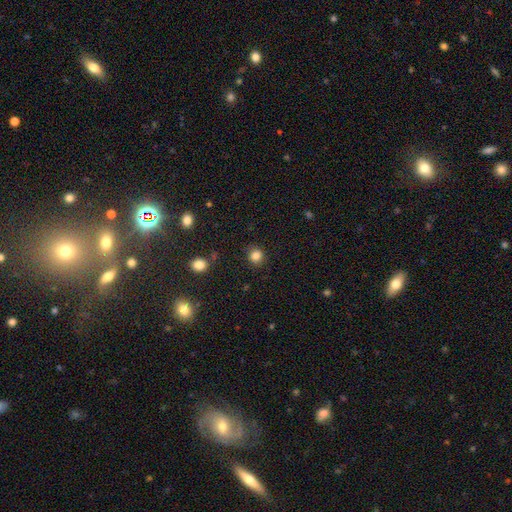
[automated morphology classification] Smooth or featured? Predicted: smooth (p=0.84). How rounded? Predicted: round (p=0.84). Merging? Predicted: none (p=0.86).